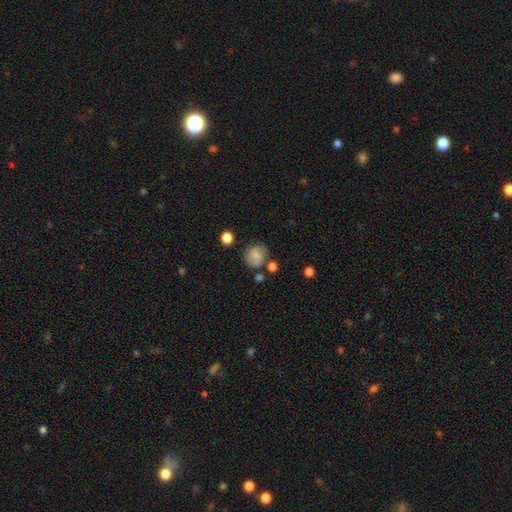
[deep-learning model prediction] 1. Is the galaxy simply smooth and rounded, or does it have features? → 68% smooth, 22% featured or disk, 10% star or artifact.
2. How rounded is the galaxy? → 79% round, 20% in between, 1% cigar-shaped.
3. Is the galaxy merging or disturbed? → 67% none, 19% minor disturbance, 7% merger, 7% major disturbance.